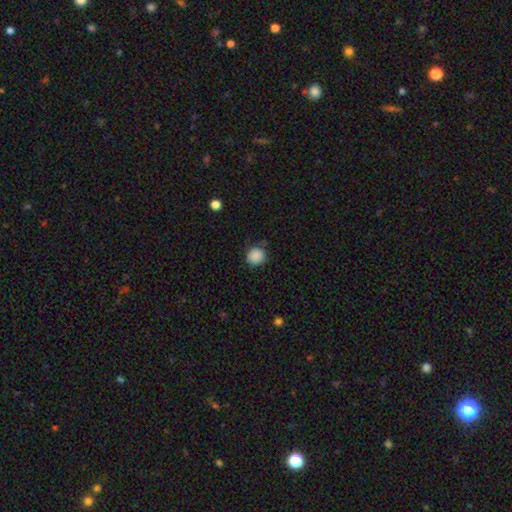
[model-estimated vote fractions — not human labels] A smooth galaxy with no disk features (87%) that is round (88%). Merging: none (79%).